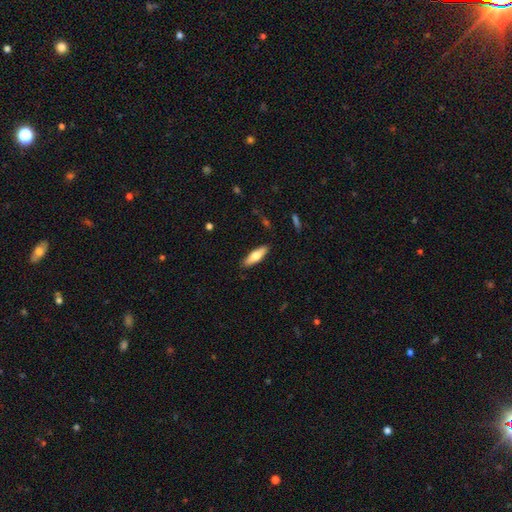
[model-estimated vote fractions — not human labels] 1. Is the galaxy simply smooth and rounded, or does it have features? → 64% smooth, 30% featured or disk, 6% star or artifact.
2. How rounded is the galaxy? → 53% cigar-shaped, 45% in between, 2% round.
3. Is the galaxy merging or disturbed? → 89% none, 9% minor disturbance, 2% major disturbance, 1% merger.